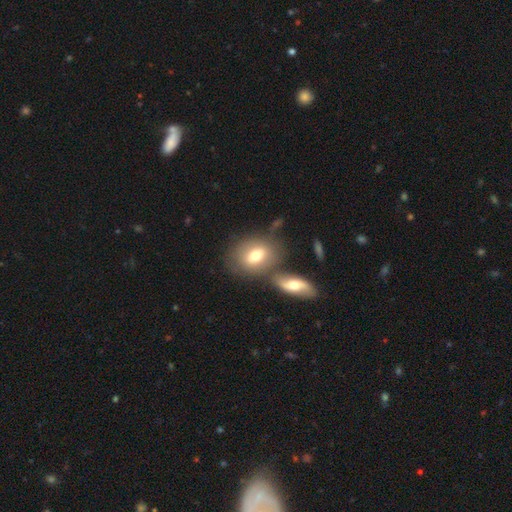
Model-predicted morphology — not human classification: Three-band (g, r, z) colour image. It shows a smooth galaxy with no disk features (68%) that is in between round and cigar-shaped (66%). Merging: none (57%).